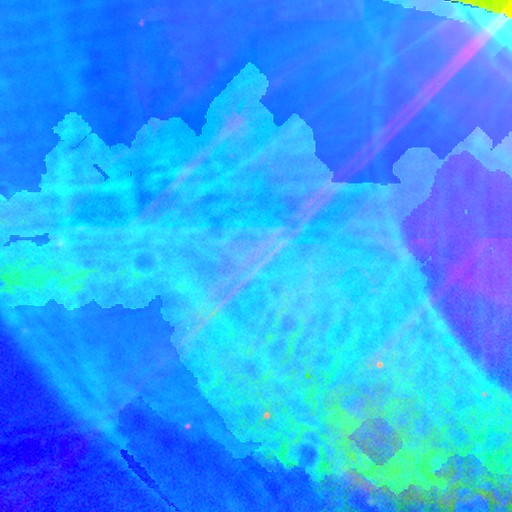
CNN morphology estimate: smooth_or_featured: star or artifact (p=0.86) [alt: featured or disk p=0.08]